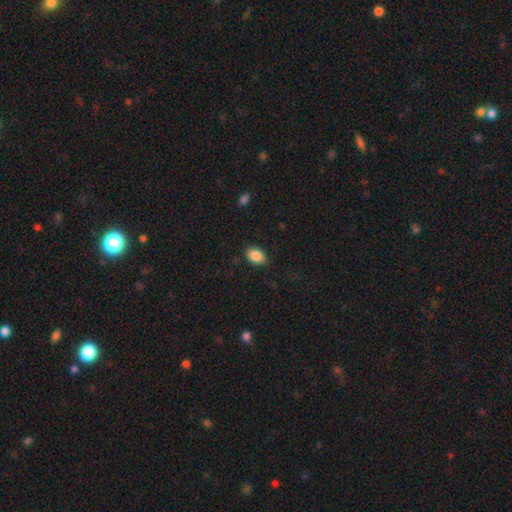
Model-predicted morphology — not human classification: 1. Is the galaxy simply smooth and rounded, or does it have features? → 88% smooth, 8% star or artifact, 4% featured or disk.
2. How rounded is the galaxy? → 84% in between, 15% round, 1% cigar-shaped.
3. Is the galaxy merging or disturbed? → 84% none, 12% minor disturbance, 3% major disturbance, 1% merger.